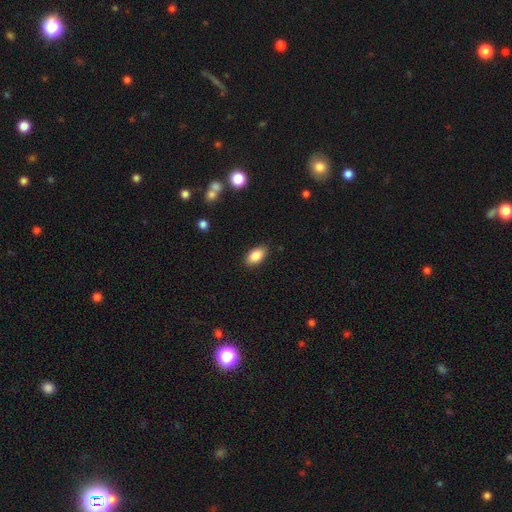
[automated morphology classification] Q: Smooth or featured?
A: smooth (85%); runner-up: star or artifact (7%)
Q: How rounded?
A: in between (91%); runner-up: cigar-shaped (4%)
Q: Merging?
A: none (87%); runner-up: minor disturbance (10%)